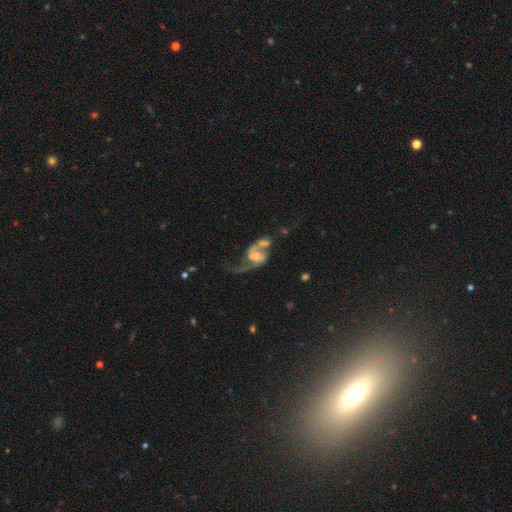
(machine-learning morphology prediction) type=featured or disk (78%); edge-on=no (97%); bar=no (51%); spiral arms=yes (90%); winding=loose (69%); arm count=2 (71%); bulge=moderate (49%); merging=merger (42%).